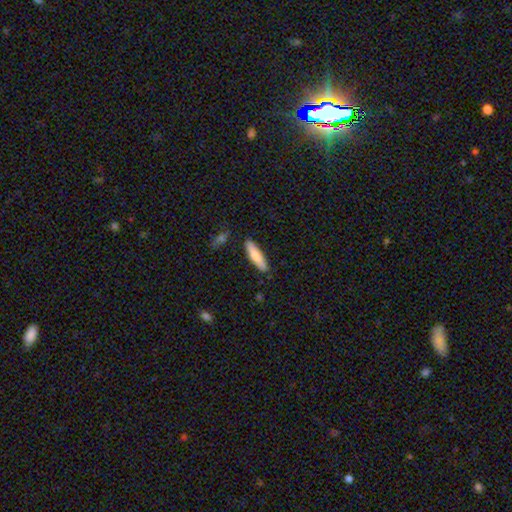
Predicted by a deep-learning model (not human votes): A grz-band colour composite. It shows a smooth galaxy with no disk features (80%) that is cigar-shaped (74%). Merging: none (86%).